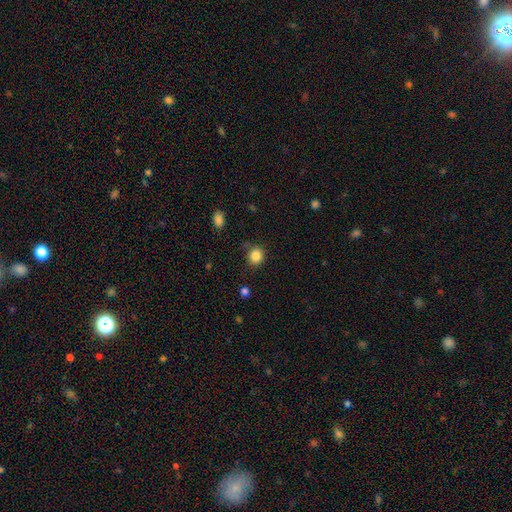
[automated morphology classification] This is clearly a smooth galaxy (85%). How rounded: likely round (80%). Merging: likely none (77%).